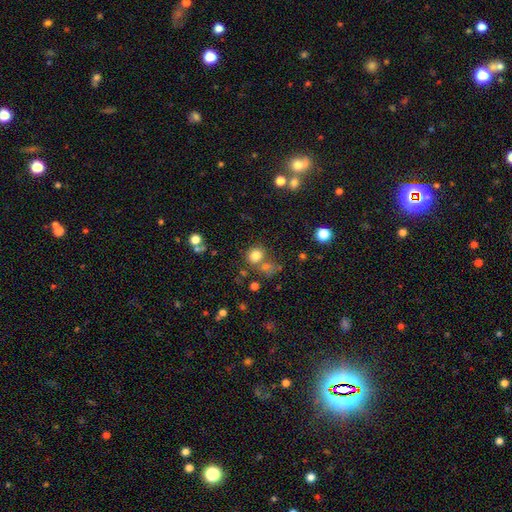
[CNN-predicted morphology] This appears to be a smooth galaxy with no disk features (79%) that is round (79%). Merging: none (65%).